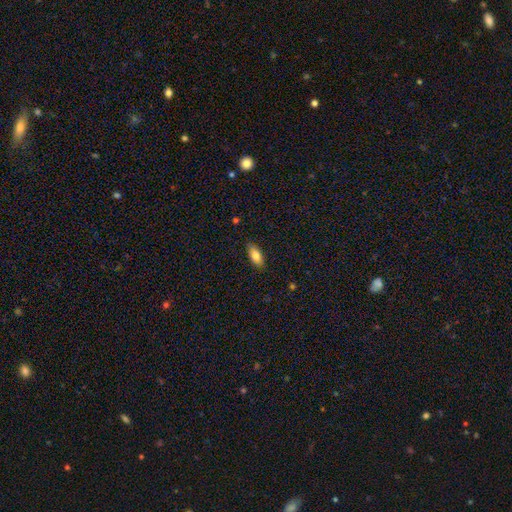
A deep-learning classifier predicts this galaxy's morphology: type=smooth (79%); roundness=in between (82%); merging=none (86%).